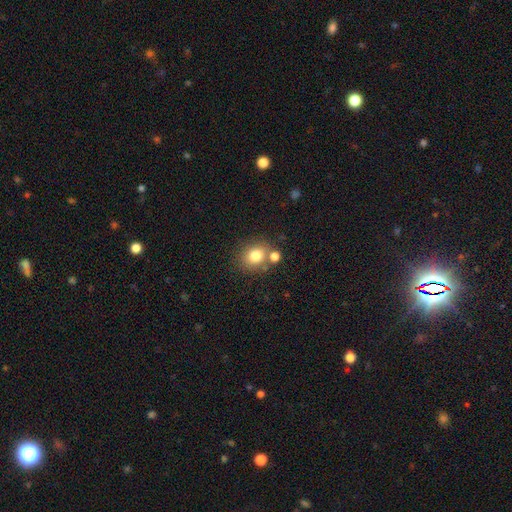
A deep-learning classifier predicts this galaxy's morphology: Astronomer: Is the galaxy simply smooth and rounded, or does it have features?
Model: smooth — 79%.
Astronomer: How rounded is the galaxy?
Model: round — 65%.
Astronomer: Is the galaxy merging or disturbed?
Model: none — 67%.